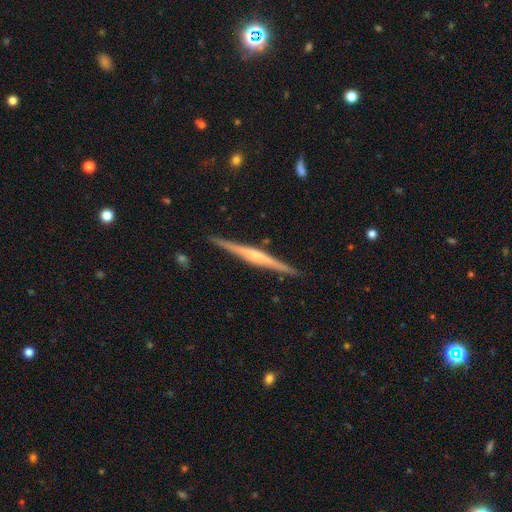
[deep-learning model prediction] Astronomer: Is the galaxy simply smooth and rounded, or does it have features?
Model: featured or disk — 80%.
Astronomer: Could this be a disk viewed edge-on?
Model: yes — 98%.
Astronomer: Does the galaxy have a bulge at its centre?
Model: rounded — 71%.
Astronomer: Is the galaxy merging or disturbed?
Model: none — 91%.